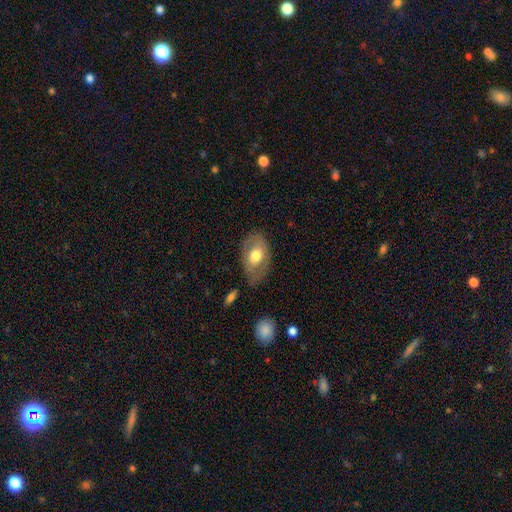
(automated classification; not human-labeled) Overall: smooth (60%; featured or disk 34%). How rounded: in between (88%). Merging: none (67%).